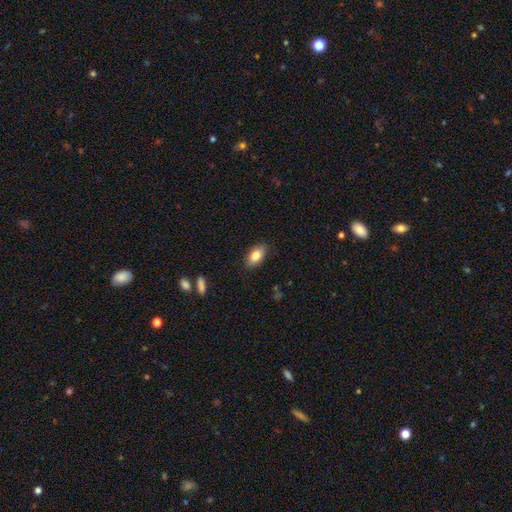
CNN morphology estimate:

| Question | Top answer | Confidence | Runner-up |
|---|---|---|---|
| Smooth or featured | smooth | 82% | featured or disk (10%) |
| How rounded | in between | 90% | round (5%) |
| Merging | none | 86% | minor disturbance (11%) |